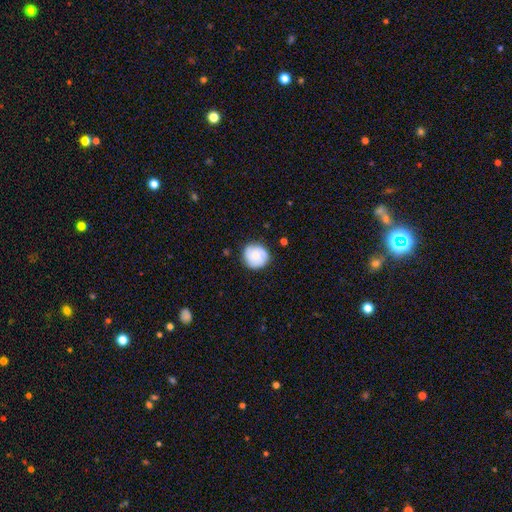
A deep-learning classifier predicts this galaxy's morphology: Overall: smooth (70%). How rounded: round (91%). Merging: none (83%).